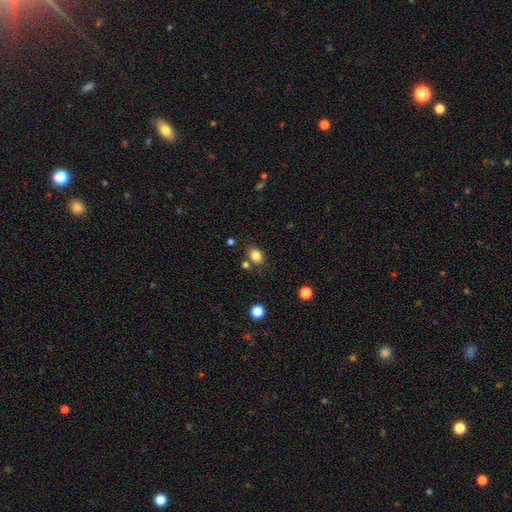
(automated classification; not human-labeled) Q: Smooth or featured?
A: smooth (84%); runner-up: star or artifact (11%)
Q: How rounded?
A: in between (63%); runner-up: round (36%)
Q: Merging?
A: none (76%); runner-up: minor disturbance (12%)